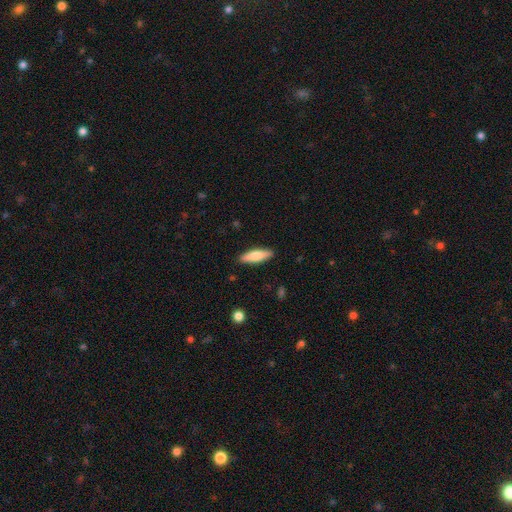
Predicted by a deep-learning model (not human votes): Morphology: type=smooth (72%); roundness=cigar-shaped (63%); merging=none (89%).